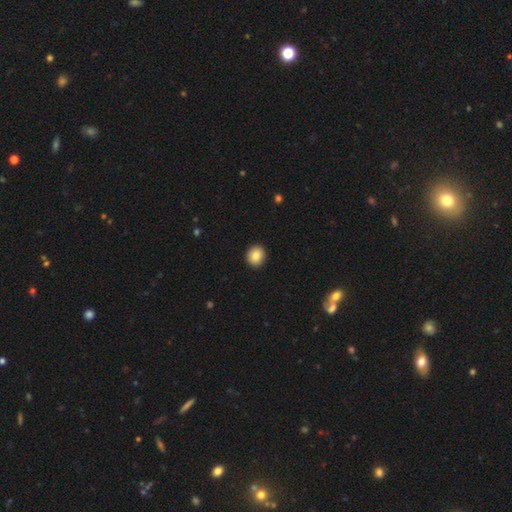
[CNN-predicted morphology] A smooth galaxy with no disk features (86%) that is round (80%).

Vote fractions:
- Smooth or featured? smooth: 86% / star or artifact: 9% / featured or disk: 6%
- How rounded? round: 80% / in between: 19% / cigar-shaped: 1%
- Merging? none: 92% / minor disturbance: 5% / major disturbance: 2% / merger: 1%